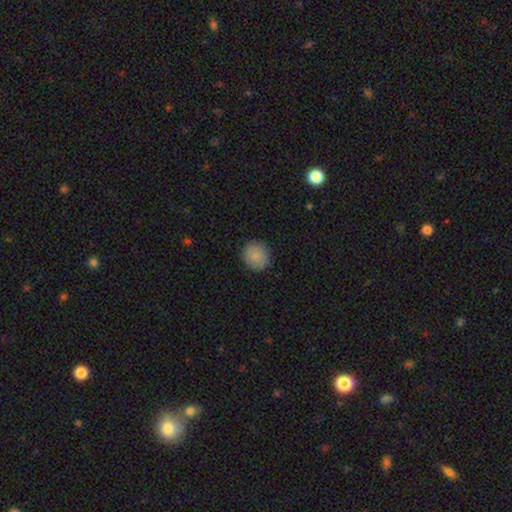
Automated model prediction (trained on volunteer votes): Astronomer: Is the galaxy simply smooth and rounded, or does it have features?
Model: smooth — 86%.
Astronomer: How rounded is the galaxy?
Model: round — 88%.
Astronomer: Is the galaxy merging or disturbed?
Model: none — 90%.